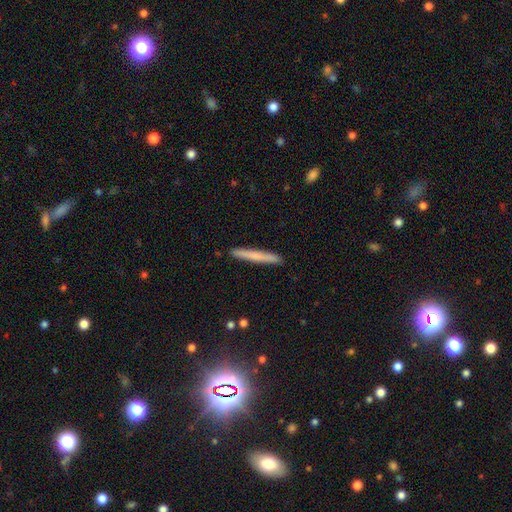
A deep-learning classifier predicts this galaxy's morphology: smooth 66%, featured or disk 28%, star or artifact 6%. Down the decision tree: how rounded — cigar-shaped (97%); merging — none (92%).